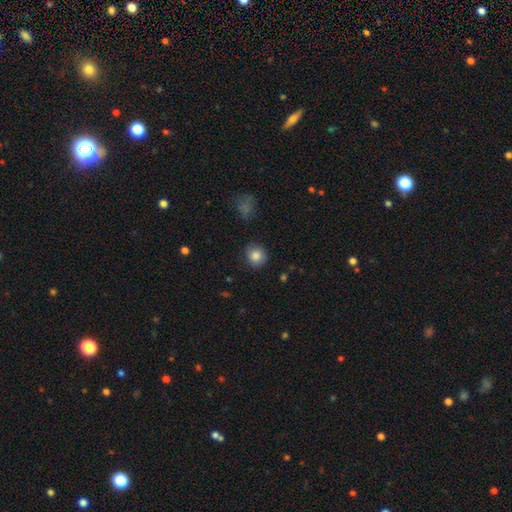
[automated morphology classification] smooth 84%, star or artifact 9%, featured or disk 7%. Down the decision tree: how rounded — round (87%); merging — none (86%).